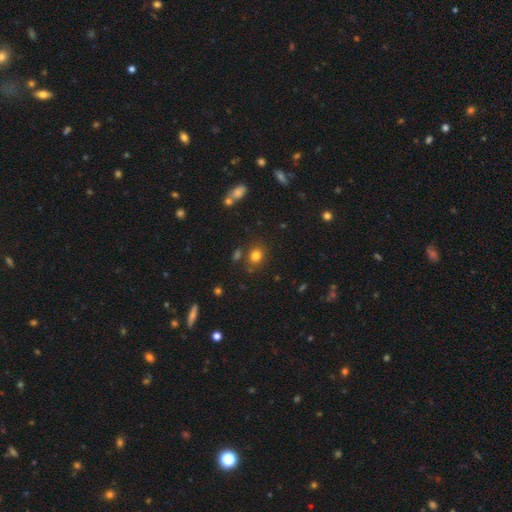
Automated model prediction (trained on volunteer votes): This appears to be a smooth galaxy with no disk features (80%) that is round (65%). Merging: none (79%).